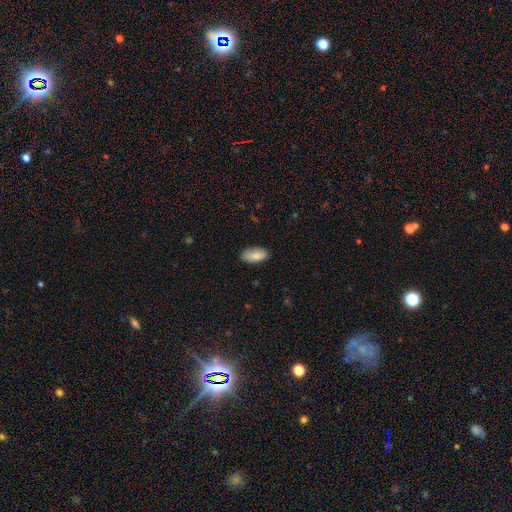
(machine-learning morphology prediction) smooth_or_featured: smooth (p=0.84) [alt: featured or disk p=0.09]
how_rounded: in between (p=0.91) [alt: cigar-shaped p=0.07]
merging: none (p=0.82) [alt: minor disturbance p=0.15]